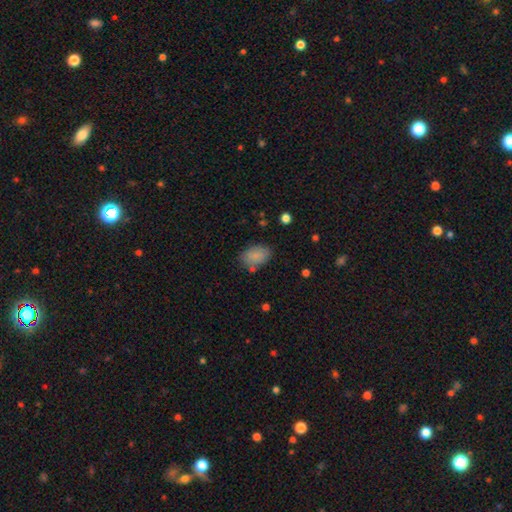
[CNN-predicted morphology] Smooth or featured?
  - smooth: 83% *
  - featured or disk: 9%
  - star or artifact: 8%
How rounded?
  - in between: 88% *
  - round: 11%
  - cigar-shaped: 1%
Merging?
  - none: 74% *
  - minor disturbance: 16%
  - merger: 5%
  - major disturbance: 5%